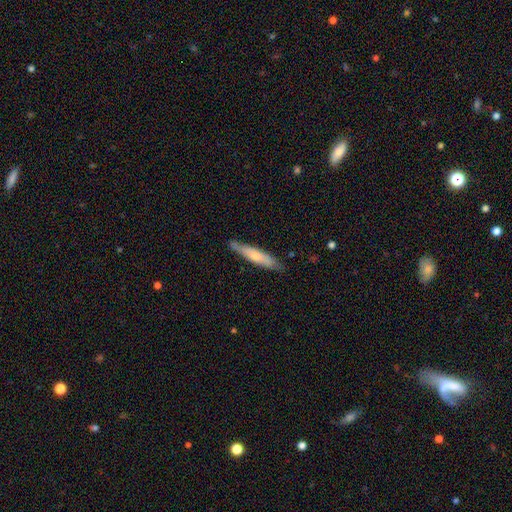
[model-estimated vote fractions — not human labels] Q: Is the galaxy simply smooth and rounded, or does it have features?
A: smooth — 59%.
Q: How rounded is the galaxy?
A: cigar-shaped — 84%.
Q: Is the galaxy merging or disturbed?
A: none — 78%.